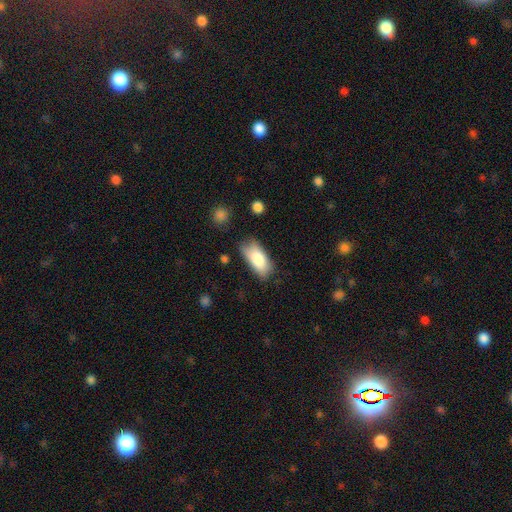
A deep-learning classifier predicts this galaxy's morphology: Smooth or featured: smooth — 81% (featured or disk — 12%)
How rounded: in between — 89% (cigar-shaped — 9%)
Merging: none — 67% (minor disturbance — 25%)